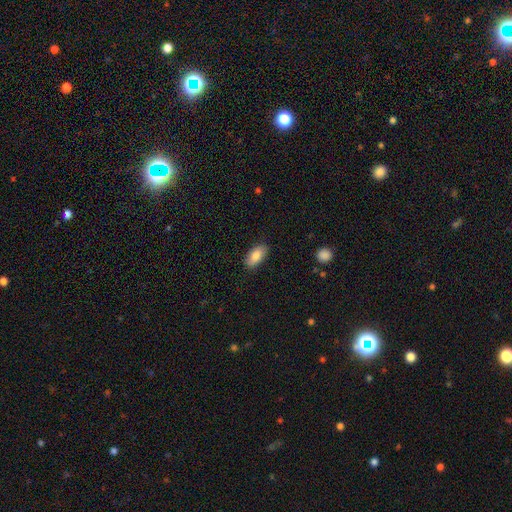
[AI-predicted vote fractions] Smooth or featured? Predicted: smooth (p=0.84). How rounded? Predicted: in between (p=0.92). Merging? Predicted: none (p=0.85).